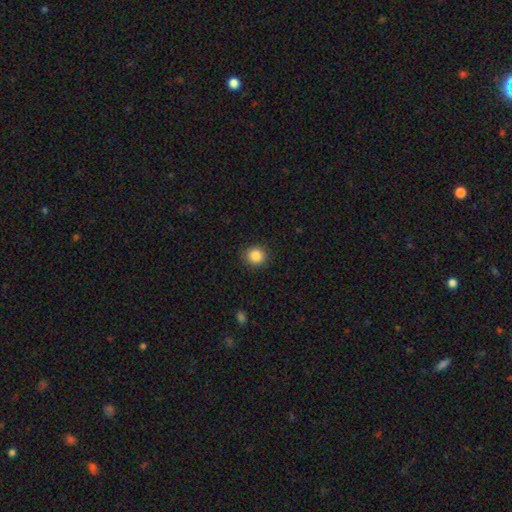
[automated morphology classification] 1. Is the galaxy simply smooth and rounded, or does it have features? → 86% smooth, 10% star or artifact, 4% featured or disk.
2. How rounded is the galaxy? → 90% round, 9% in between, 1% cigar-shaped.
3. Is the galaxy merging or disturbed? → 90% none, 7% minor disturbance, 2% major disturbance, 1% merger.